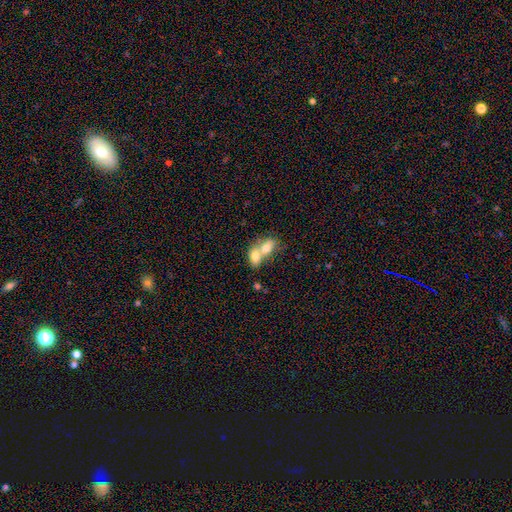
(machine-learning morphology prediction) Q: Smooth or featured?
A: smooth (73%); runner-up: featured or disk (19%)
Q: How rounded?
A: in between (76%); runner-up: round (22%)
Q: Merging?
A: merger (78%); runner-up: none (14%)